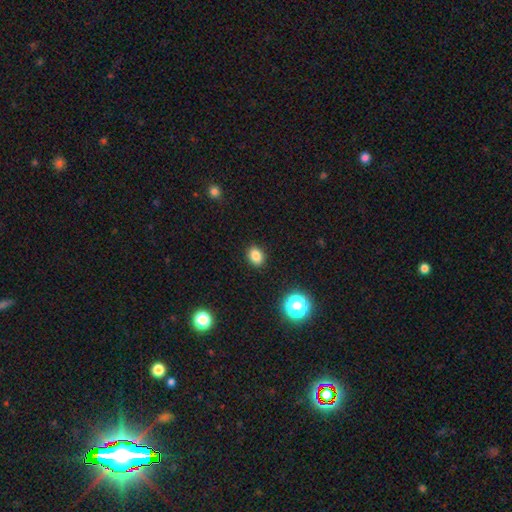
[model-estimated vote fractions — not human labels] smooth_or_featured: smooth (p=0.83) [alt: star or artifact p=0.12]
how_rounded: in between (p=0.59) [alt: round p=0.40]
merging: none (p=0.90) [alt: minor disturbance p=0.07]